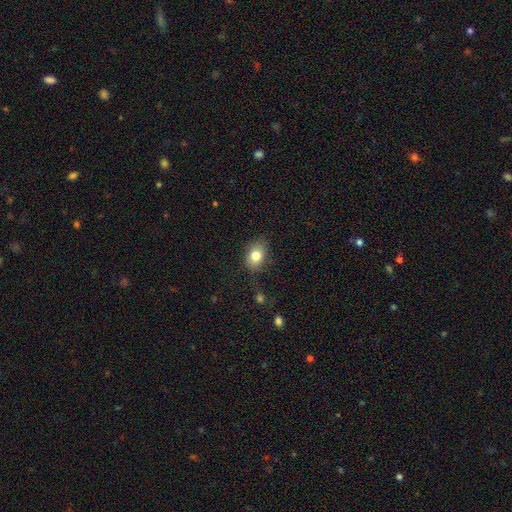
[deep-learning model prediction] smooth 80%, featured or disk 10%, star or artifact 10%. Down the decision tree: how rounded — in between (69%); merging — none (79%).